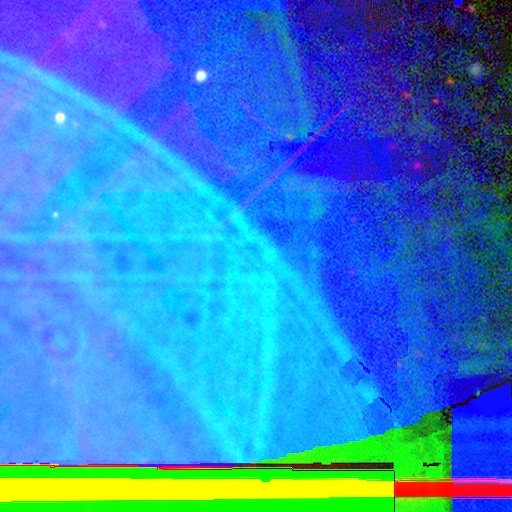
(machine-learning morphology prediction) Smooth or featured: star or artifact — 87% (featured or disk — 8%)